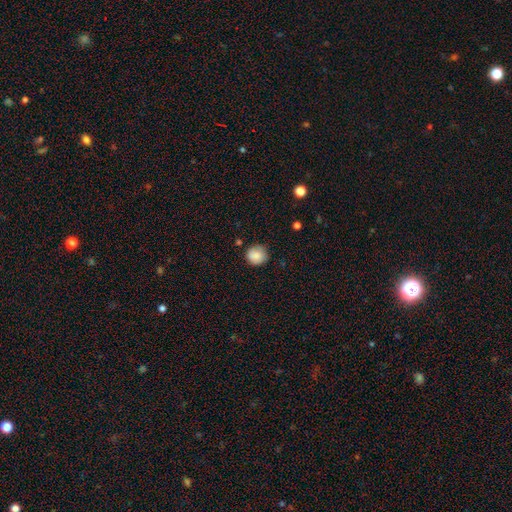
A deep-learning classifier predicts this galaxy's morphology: Smooth or featured? Predicted: smooth (p=0.86). How rounded? Predicted: round (p=0.91). Merging? Predicted: none (p=0.81).